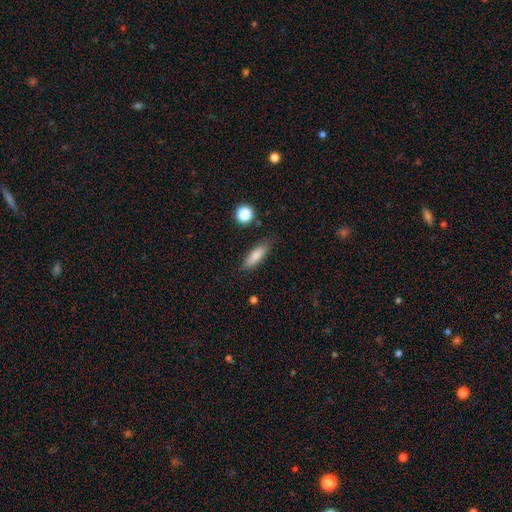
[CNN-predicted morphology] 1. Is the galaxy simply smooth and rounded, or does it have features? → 83% smooth, 10% featured or disk, 8% star or artifact.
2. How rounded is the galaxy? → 51% in between, 46% cigar-shaped, 3% round.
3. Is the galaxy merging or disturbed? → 82% none, 13% minor disturbance, 3% major disturbance, 2% merger.